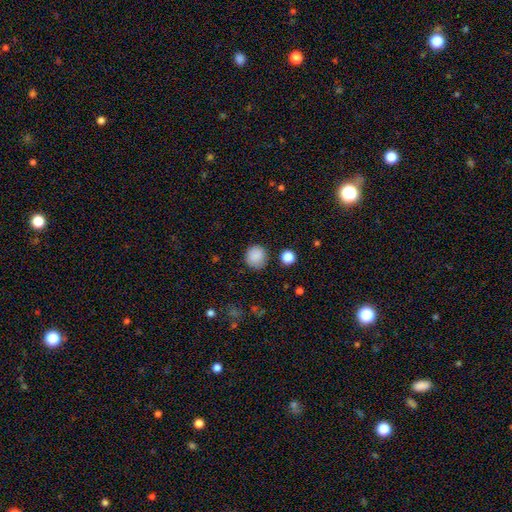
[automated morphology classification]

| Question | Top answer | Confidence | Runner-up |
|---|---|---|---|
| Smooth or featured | smooth | 87% | star or artifact (10%) |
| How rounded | round | 88% | in between (11%) |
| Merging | none | 85% | minor disturbance (11%) |